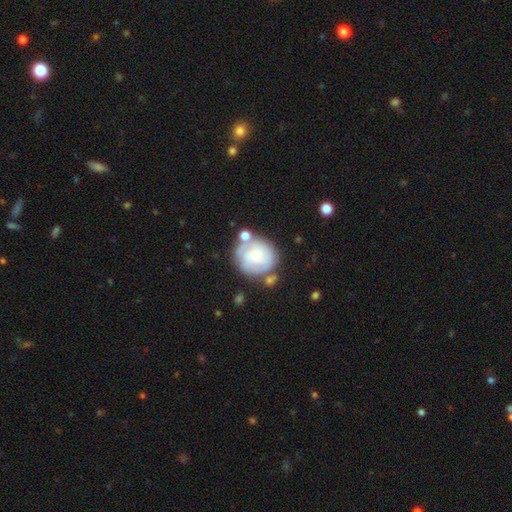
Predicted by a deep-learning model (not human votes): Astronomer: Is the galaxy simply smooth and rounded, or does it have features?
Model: smooth — 49% (runner-up: featured or disk, 43%).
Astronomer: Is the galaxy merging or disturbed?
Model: none — 55%.